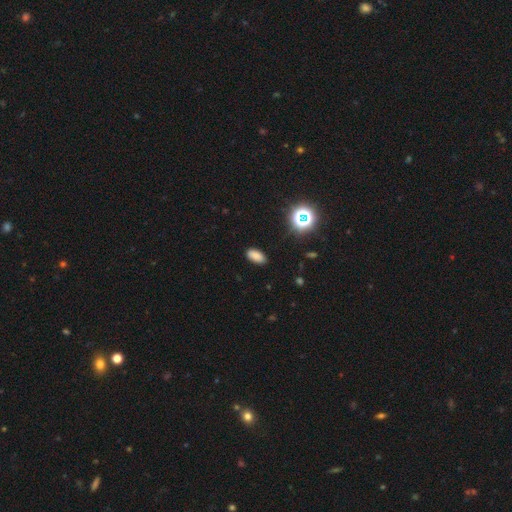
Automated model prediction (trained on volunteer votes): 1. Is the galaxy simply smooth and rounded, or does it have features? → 81% smooth, 14% star or artifact, 5% featured or disk.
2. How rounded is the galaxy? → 91% in between, 5% cigar-shaped, 4% round.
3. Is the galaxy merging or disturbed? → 88% none, 9% minor disturbance, 2% major disturbance, 1% merger.